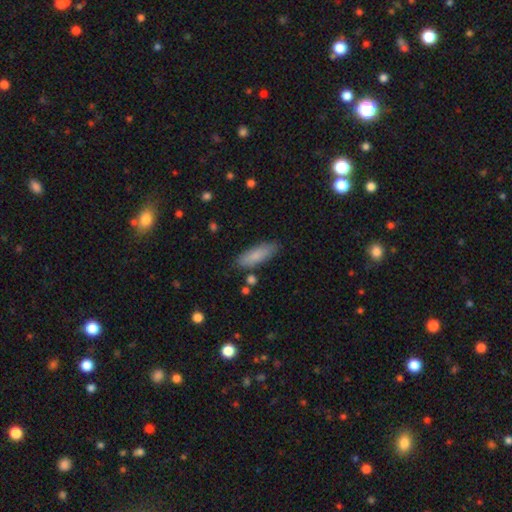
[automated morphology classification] A smooth galaxy with no disk features (82%) that is in between round and cigar-shaped (58%).

Vote fractions:
- Smooth or featured? smooth: 82% / featured or disk: 11% / star or artifact: 6%
- How rounded? in between: 58% / cigar-shaped: 40% / round: 2%
- Merging? none: 82% / minor disturbance: 12% / merger: 3% / major disturbance: 3%